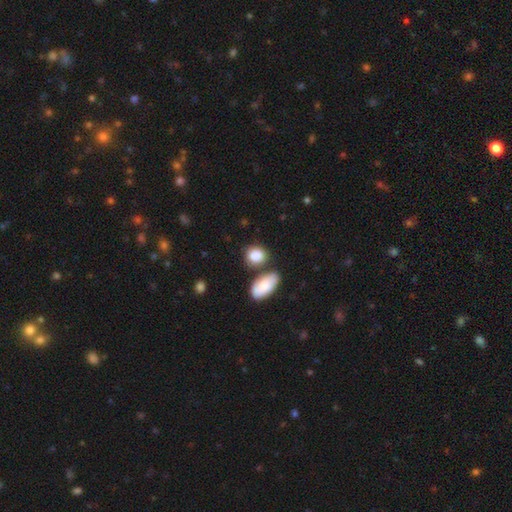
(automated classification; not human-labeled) Smooth or featured? Predicted: smooth (p=0.85). How rounded? Predicted: round (p=0.51). Merging? Predicted: none (p=0.63).